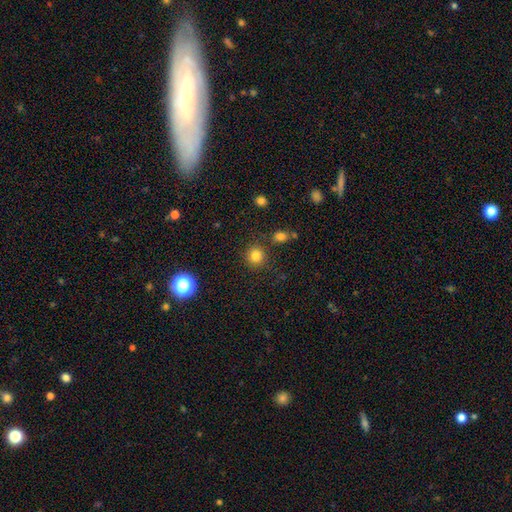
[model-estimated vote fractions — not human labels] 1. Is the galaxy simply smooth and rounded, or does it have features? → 82% smooth, 13% star or artifact, 5% featured or disk.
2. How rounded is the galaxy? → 91% round, 8% in between, 1% cigar-shaped.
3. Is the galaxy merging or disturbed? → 83% none, 8% minor disturbance, 5% merger, 3% major disturbance.